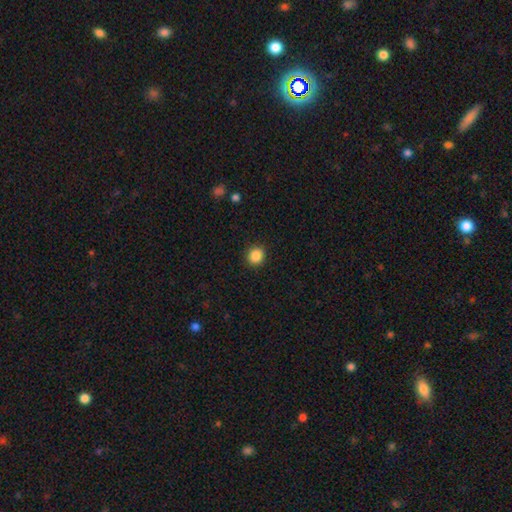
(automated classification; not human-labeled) smooth 87%, star or artifact 10%, featured or disk 3%. Down the decision tree: how rounded — round (87%); merging — none (91%).